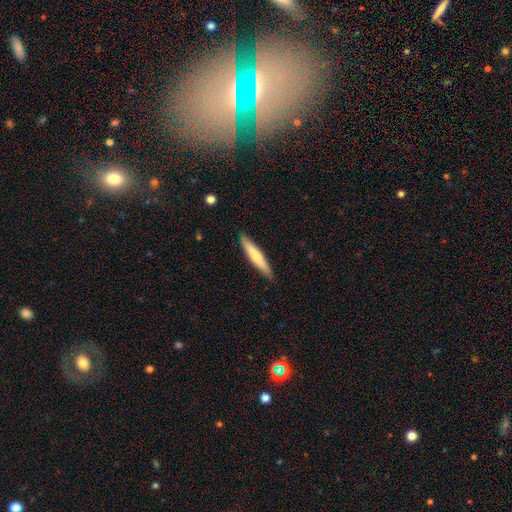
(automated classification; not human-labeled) Overall: smooth (64%; featured or disk 31%). How rounded: cigar-shaped (90%). Merging: none (89%).